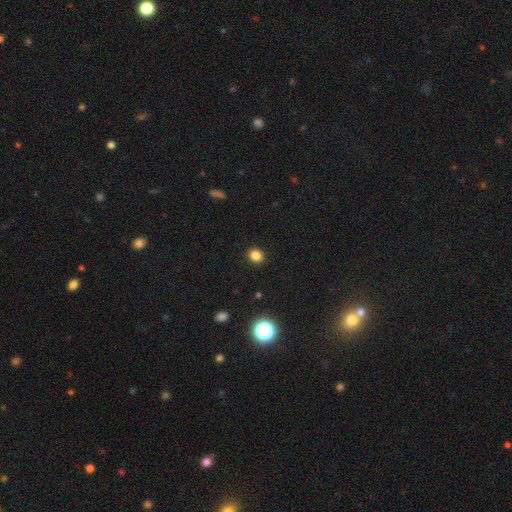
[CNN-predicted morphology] type=smooth (83%); roundness=round (70%); merging=none (91%).